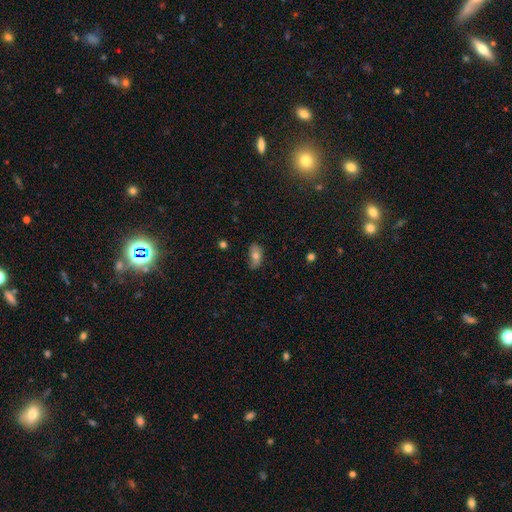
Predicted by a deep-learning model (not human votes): Smooth or featured? smooth (68%)
How rounded? in between (90%)
Merging? none (60%)